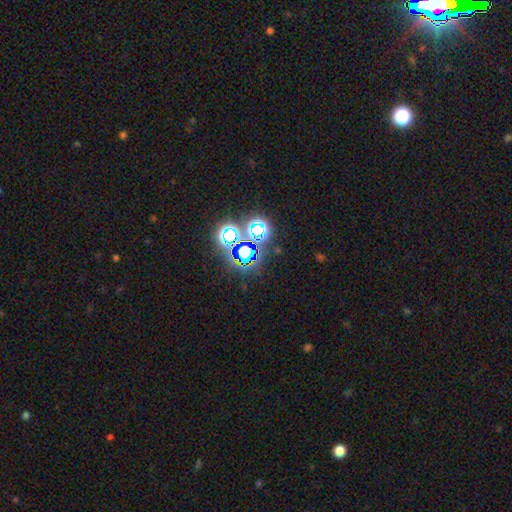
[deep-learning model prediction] Smooth or featured? Predicted: star or artifact (p=0.71).